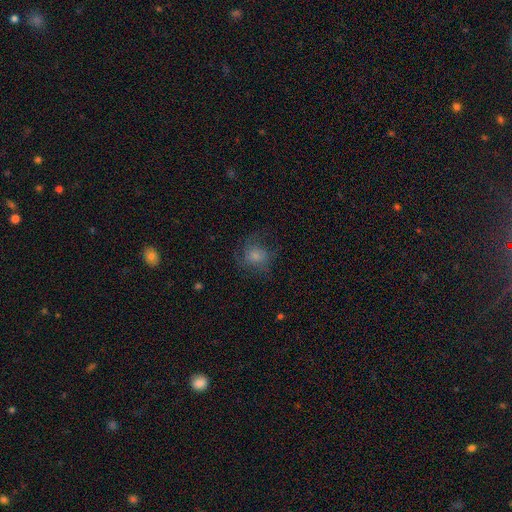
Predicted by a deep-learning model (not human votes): Smooth or featured? smooth (66%)
How rounded? round (76%)
Merging? none (57%)